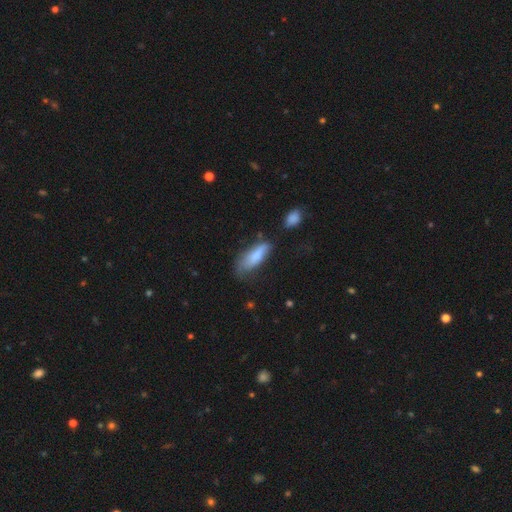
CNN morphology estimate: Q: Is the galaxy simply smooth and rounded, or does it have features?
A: smooth — 77%.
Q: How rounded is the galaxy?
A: in between — 66%.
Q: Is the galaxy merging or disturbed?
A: none — 38%.